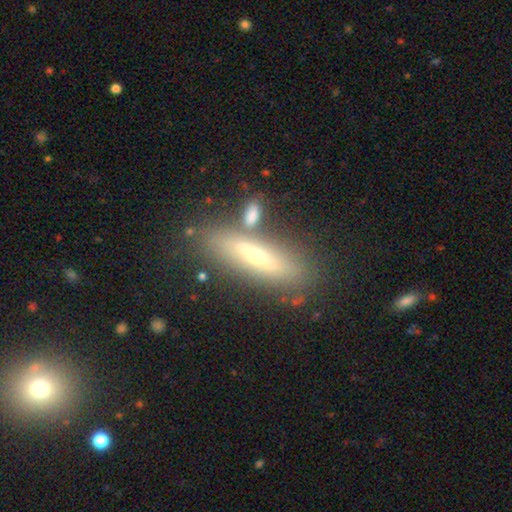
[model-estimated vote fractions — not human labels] Morphology: type=featured or disk (52%); edge-on=yes (58%); merging=none (68%).